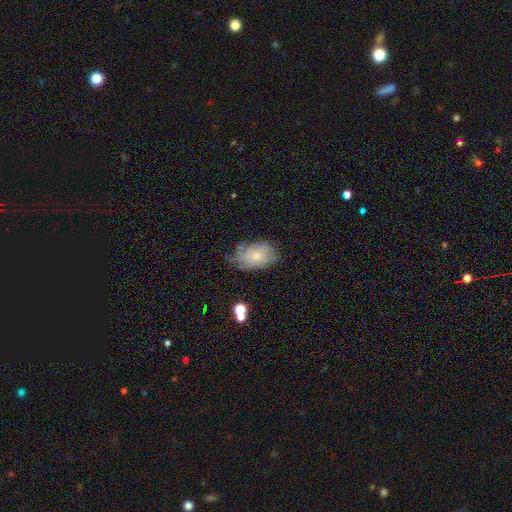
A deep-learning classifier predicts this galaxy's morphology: Overall: smooth (47%; featured or disk 44%). Merging: none (56%; minor disturbance 30%).